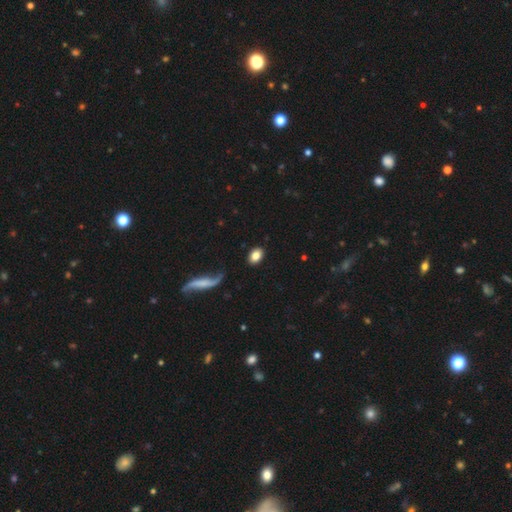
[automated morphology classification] Smooth or featured? smooth (81%)
How rounded? in between (83%)
Merging? none (85%)